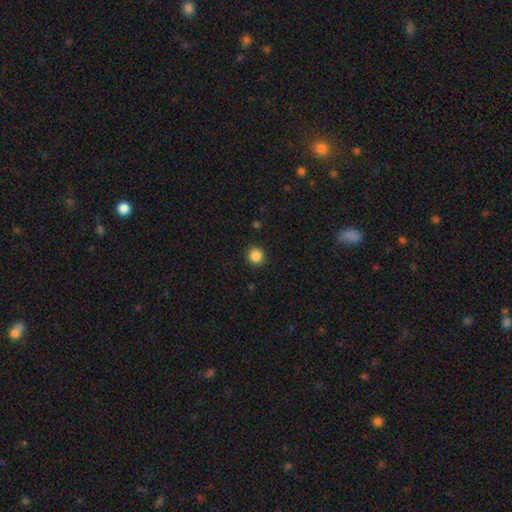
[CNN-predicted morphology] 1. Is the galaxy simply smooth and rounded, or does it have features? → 87% smooth, 10% star or artifact, 3% featured or disk.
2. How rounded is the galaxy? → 93% round, 6% in between, 1% cigar-shaped.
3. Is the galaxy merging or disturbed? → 92% none, 5% minor disturbance, 2% major disturbance, 1% merger.